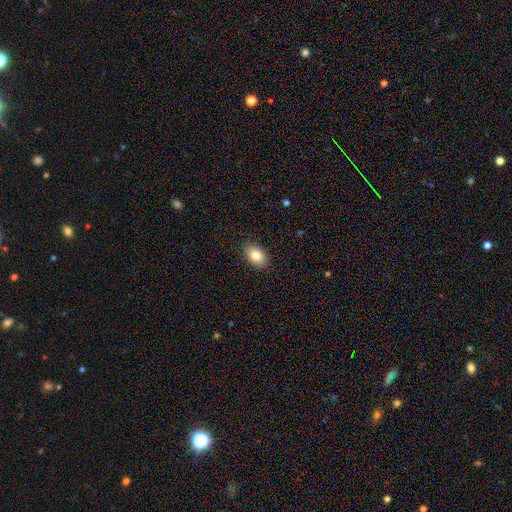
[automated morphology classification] smooth 83%, featured or disk 9%, star or artifact 8%. Down the decision tree: how rounded — in between (87%); merging — none (89%).